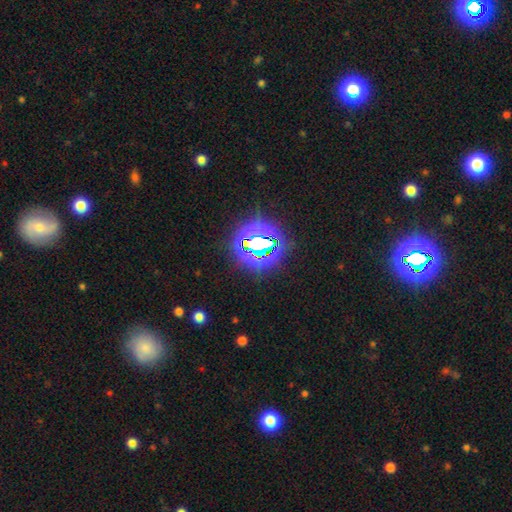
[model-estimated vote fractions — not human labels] Q: Smooth or featured?
A: star or artifact (76%); runner-up: smooth (15%)